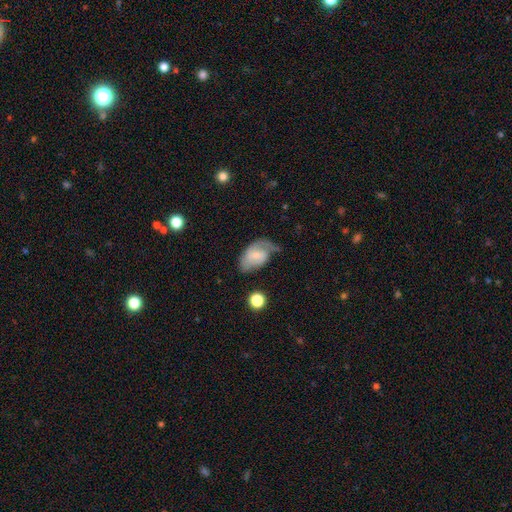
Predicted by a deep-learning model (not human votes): Smooth or featured? smooth (51%)
How rounded? in between (88%)
Merging? minor disturbance (35%)